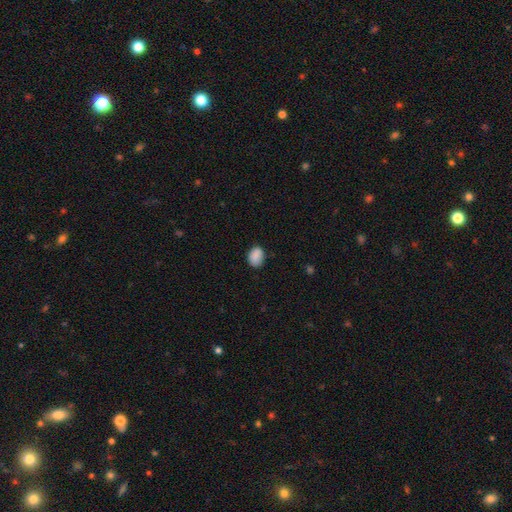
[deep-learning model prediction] Q: Smooth or featured?
A: smooth (88%); runner-up: star or artifact (8%)
Q: How rounded?
A: in between (71%); runner-up: round (28%)
Q: Merging?
A: none (79%); runner-up: minor disturbance (17%)